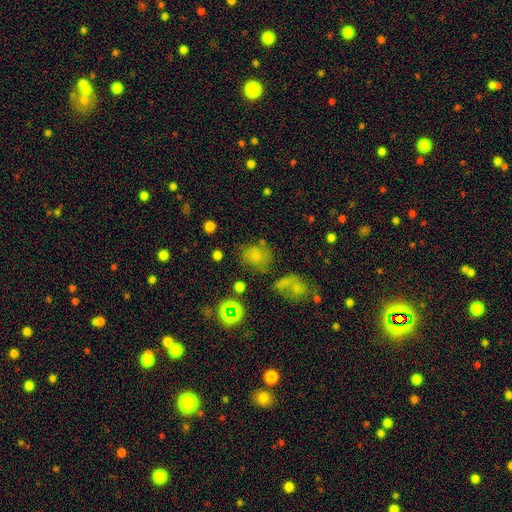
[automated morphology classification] Smooth or featured: smooth — 67% (star or artifact — 20%)
How rounded: round — 67% (in between — 32%)
Merging: none — 57% (minor disturbance — 20%)